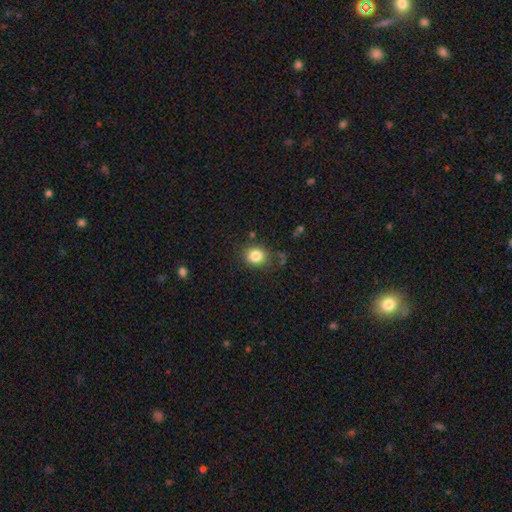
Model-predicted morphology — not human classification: A smooth galaxy with no disk features (84%) that is round (79%).

Vote fractions:
- Smooth or featured? smooth: 84% / star or artifact: 11% / featured or disk: 6%
- How rounded? round: 79% / in between: 20% / cigar-shaped: 1%
- Merging? none: 82% / minor disturbance: 12% / major disturbance: 4% / merger: 3%